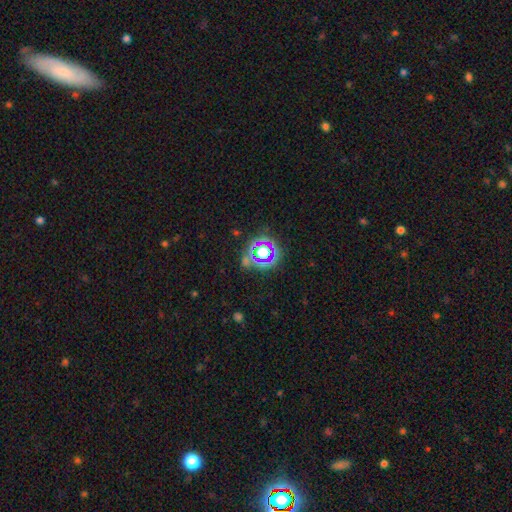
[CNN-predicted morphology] Smooth or featured?
  - star or artifact: 75% *
  - smooth: 16%
  - featured or disk: 8%